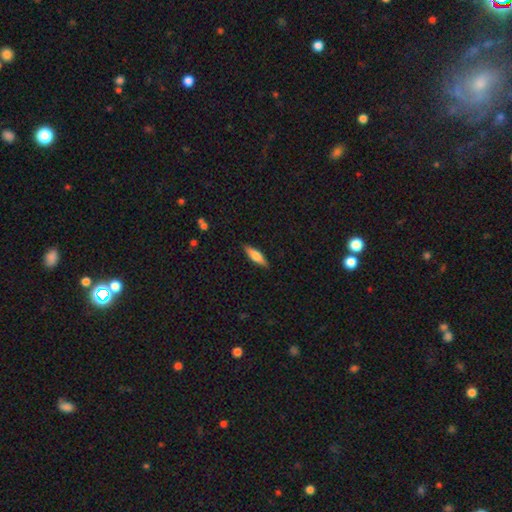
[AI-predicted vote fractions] This is likely a smooth galaxy (63%). How rounded: likely cigar-shaped (63%). Merging: clearly none (88%).